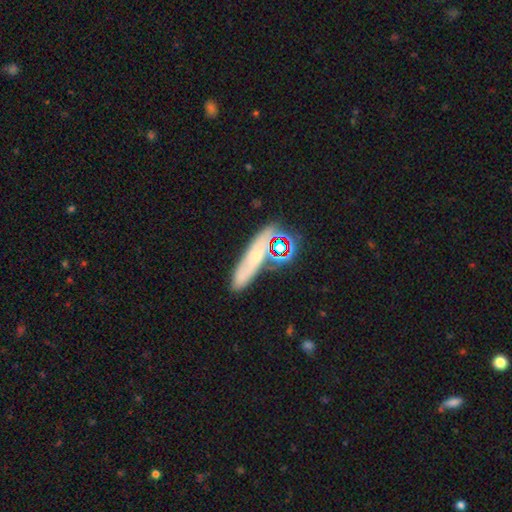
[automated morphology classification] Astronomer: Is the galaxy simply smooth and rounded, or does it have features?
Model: smooth — 46% (runner-up: featured or disk, 32%).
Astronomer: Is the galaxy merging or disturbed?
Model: none — 60%.